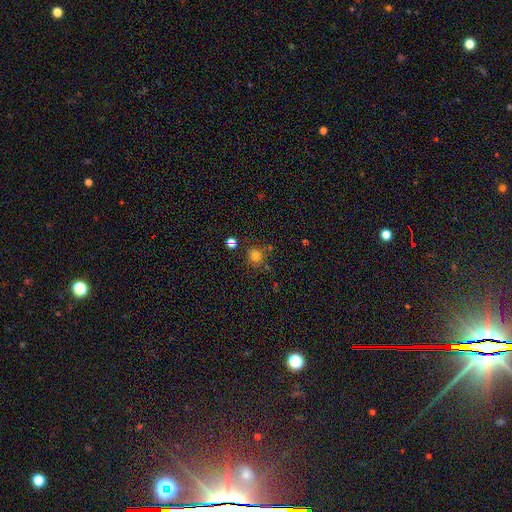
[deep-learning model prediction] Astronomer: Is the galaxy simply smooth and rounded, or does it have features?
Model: smooth — 76%.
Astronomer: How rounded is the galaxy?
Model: round — 85%.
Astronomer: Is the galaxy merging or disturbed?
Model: none — 75%.